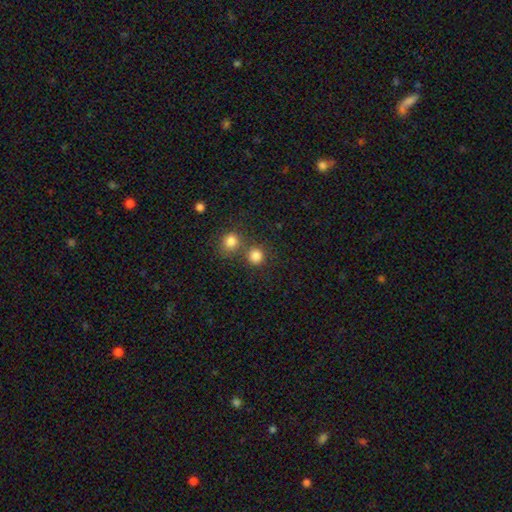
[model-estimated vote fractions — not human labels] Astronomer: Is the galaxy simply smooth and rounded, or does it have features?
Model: smooth — 83%.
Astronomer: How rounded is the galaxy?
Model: round — 89%.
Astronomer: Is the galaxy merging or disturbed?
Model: none — 63%.